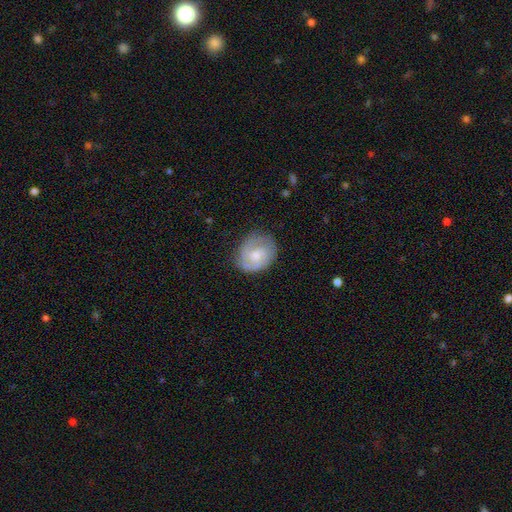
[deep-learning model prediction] This appears to be a featured or disk galaxy (57%) with no bar (62%), spiral arms (84%) and a moderate central bulge (51%). Merging: none (71%).